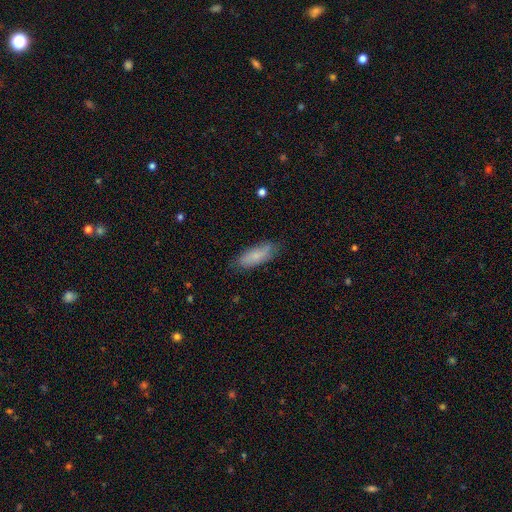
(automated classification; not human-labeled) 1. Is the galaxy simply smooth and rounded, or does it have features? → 73% smooth, 21% featured or disk, 6% star or artifact.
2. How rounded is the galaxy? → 67% in between, 31% cigar-shaped, 2% round.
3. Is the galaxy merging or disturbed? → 77% none, 18% minor disturbance, 3% major disturbance, 1% merger.